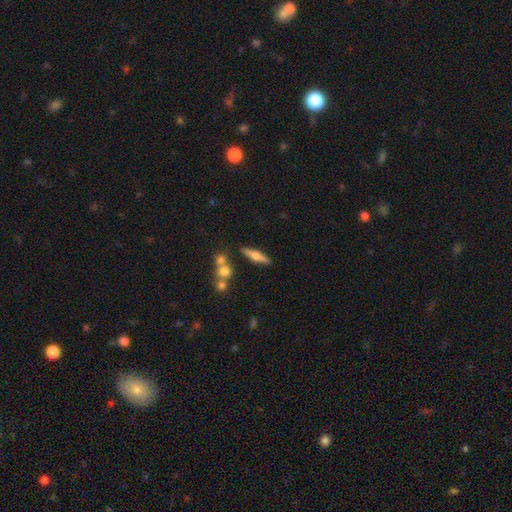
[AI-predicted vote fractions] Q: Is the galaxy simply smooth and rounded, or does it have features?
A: smooth — 48%.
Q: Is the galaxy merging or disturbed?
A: none — 79%.